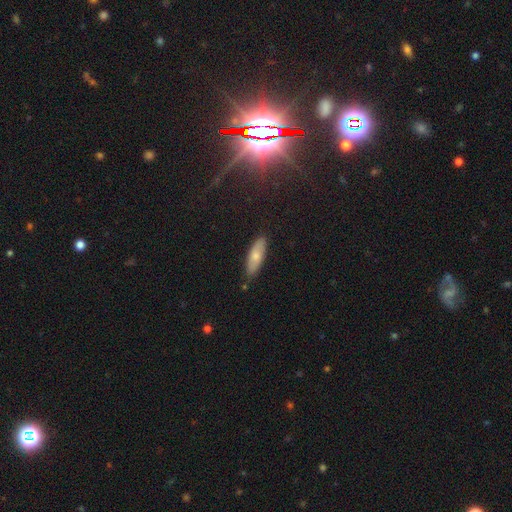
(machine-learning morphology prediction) Q: Smooth or featured?
A: smooth (72%); runner-up: featured or disk (22%)
Q: How rounded?
A: in between (54%); runner-up: cigar-shaped (44%)
Q: Merging?
A: none (82%); runner-up: minor disturbance (14%)